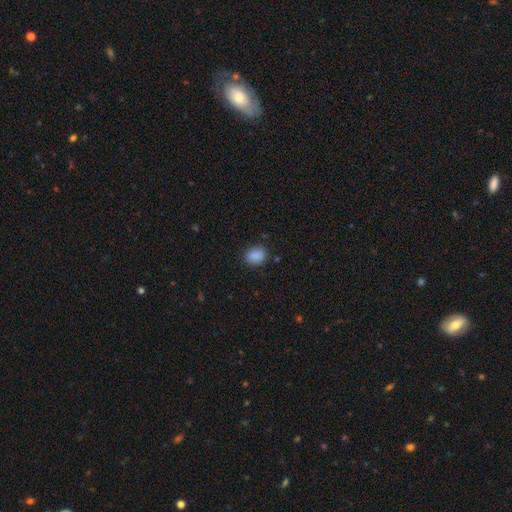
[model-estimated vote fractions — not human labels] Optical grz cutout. It shows a smooth galaxy with no disk features (87%) that is in between round and cigar-shaped (55%). Merging: none (84%).